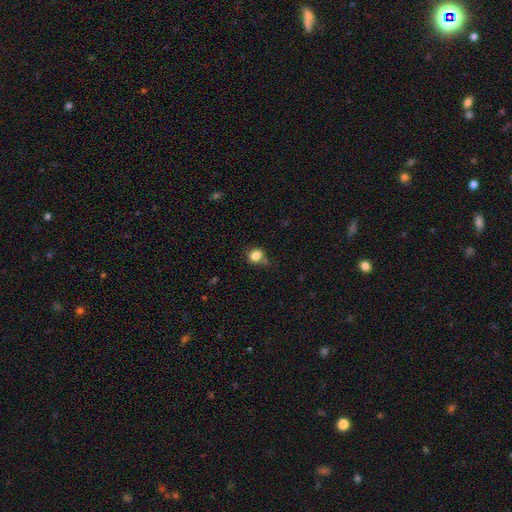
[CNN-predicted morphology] Smooth or featured? Predicted: smooth (p=0.84). How rounded? Predicted: round (p=0.67). Merging? Predicted: none (p=0.62).